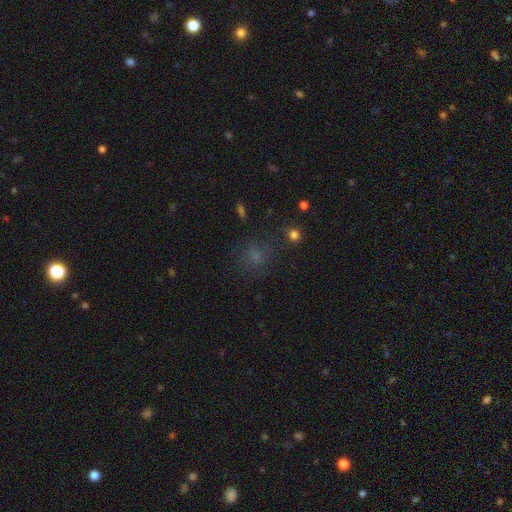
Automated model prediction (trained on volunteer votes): Overall: smooth (57%; star or artifact 30%). How rounded: round (75%). Merging: none (68%).